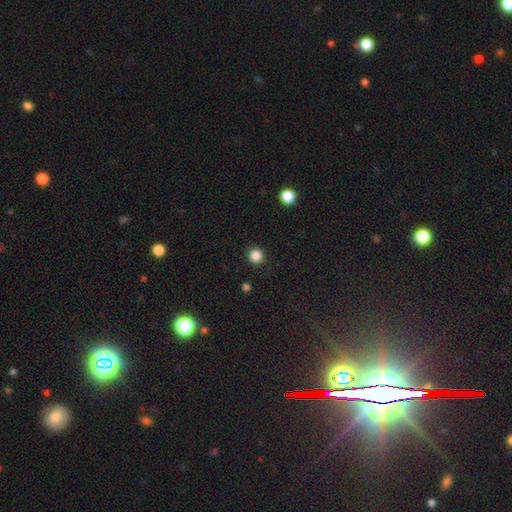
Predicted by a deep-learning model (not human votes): Q: Smooth or featured?
A: smooth (85%); runner-up: star or artifact (12%)
Q: How rounded?
A: round (96%); runner-up: in between (3%)
Q: Merging?
A: none (92%); runner-up: minor disturbance (5%)